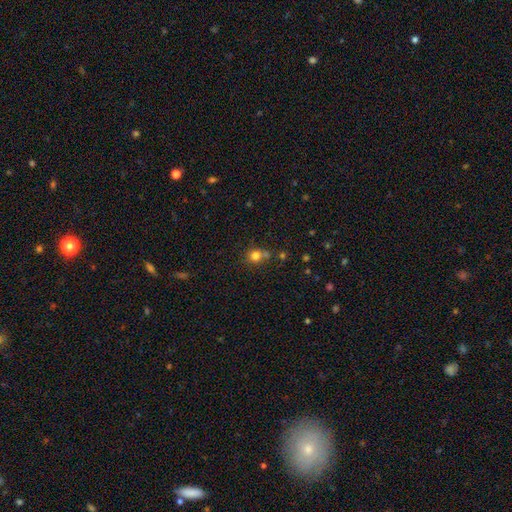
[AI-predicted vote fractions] A smooth galaxy with no disk features (78%) that is round (83%). Merging: none (59%).